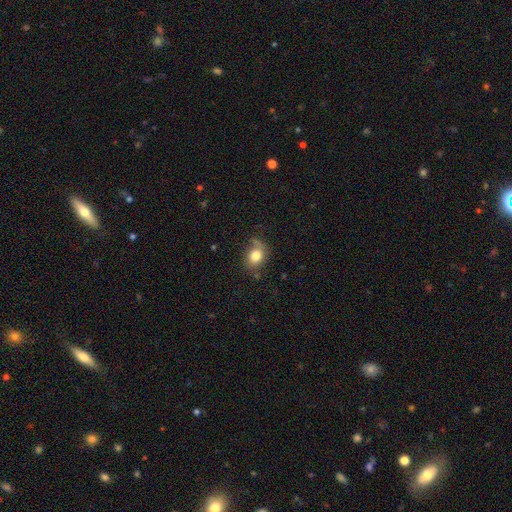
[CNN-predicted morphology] This is likely a smooth galaxy (77%). How rounded: possibly in between (50%). Merging: likely none (60%).